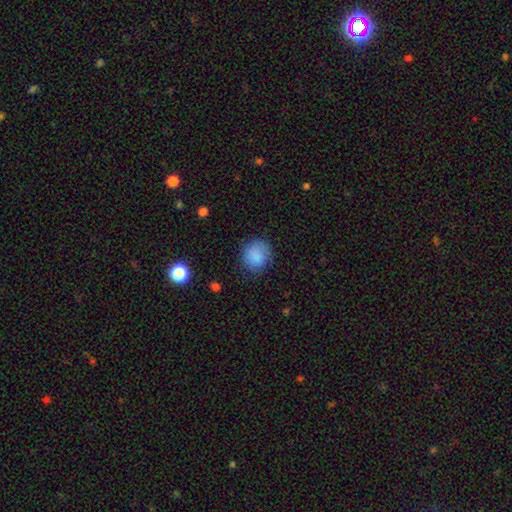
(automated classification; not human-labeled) Smooth or featured? Predicted: smooth (p=0.86). How rounded? Predicted: round (p=0.83). Merging? Predicted: none (p=0.80).